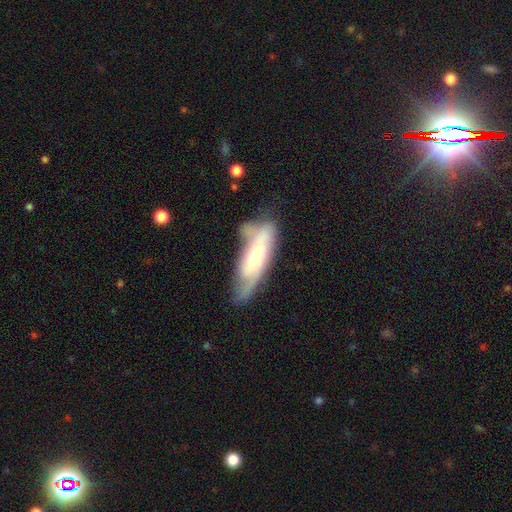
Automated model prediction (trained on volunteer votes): A featured or disk galaxy (57%). Merging: none (41%).